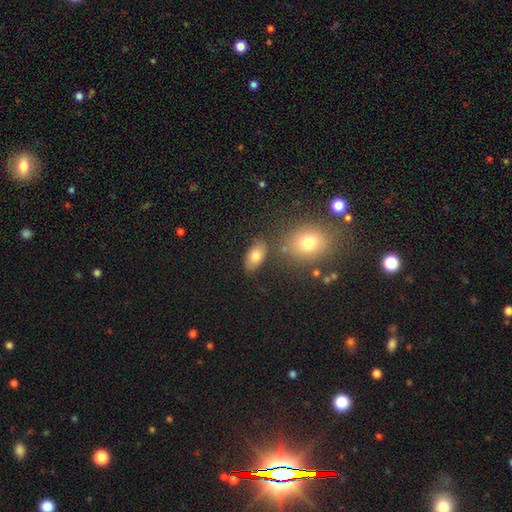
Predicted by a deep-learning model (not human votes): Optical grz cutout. It shows a smooth galaxy with no disk features (78%) that is in between round and cigar-shaped (89%). Merging: none (76%).